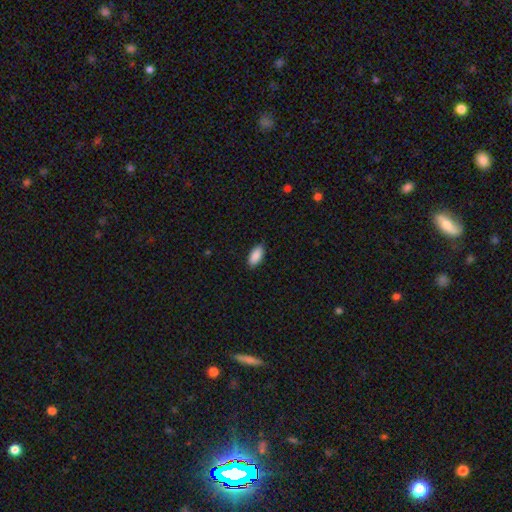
Overall: smooth (85%). How rounded: in between (97%). Merging: none (89%).